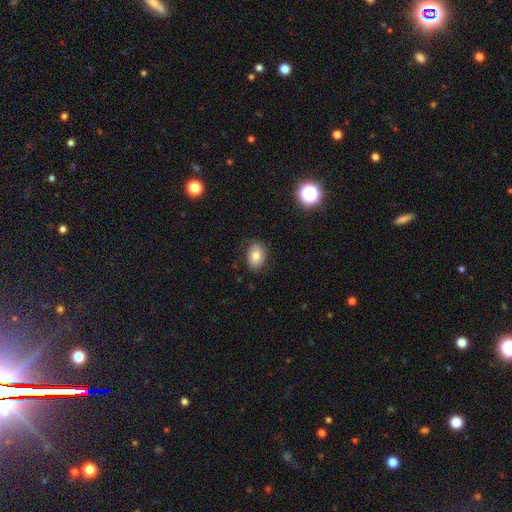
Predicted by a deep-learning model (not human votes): smooth-or-featured: smooth: 77% | featured or disk: 13% | star or artifact: 10%
  how-rounded: in between: 74% | round: 24% | cigar-shaped: 1%
  merging: none: 80% | minor disturbance: 15% | major disturbance: 4% | merger: 1%